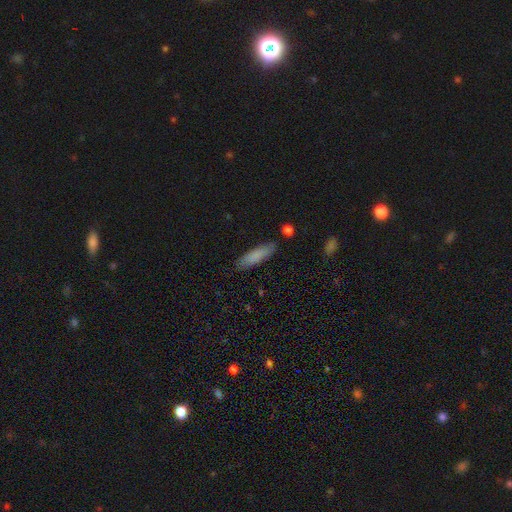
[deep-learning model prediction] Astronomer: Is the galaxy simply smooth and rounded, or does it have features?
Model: smooth — 83%.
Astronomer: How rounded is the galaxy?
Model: cigar-shaped — 70%.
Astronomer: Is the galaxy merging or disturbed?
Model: none — 86%.